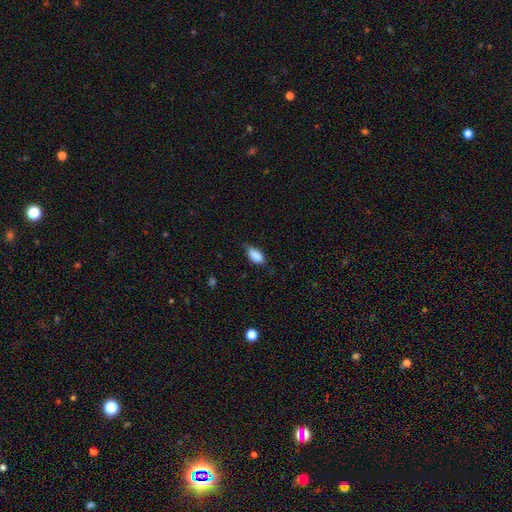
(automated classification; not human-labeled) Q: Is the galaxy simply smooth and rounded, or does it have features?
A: smooth — 86%.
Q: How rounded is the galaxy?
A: in between — 88%.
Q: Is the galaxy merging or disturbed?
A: none — 59%.